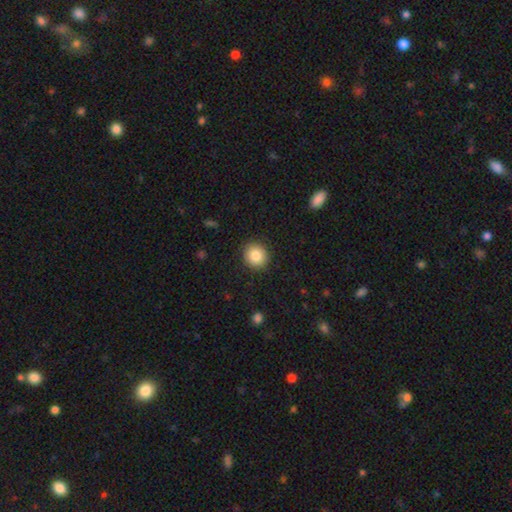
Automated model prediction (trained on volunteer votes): smooth_or_featured: smooth (p=0.85) [alt: star or artifact p=0.09]
how_rounded: round (p=0.87) [alt: in between p=0.13]
merging: none (p=0.90) [alt: minor disturbance p=0.07]